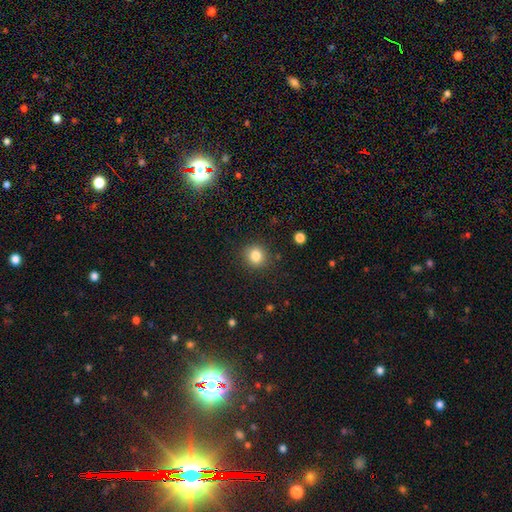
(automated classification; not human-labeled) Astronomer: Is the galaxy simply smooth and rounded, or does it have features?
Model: smooth — 83%.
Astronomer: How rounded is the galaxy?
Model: round — 89%.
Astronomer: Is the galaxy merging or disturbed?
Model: none — 88%.